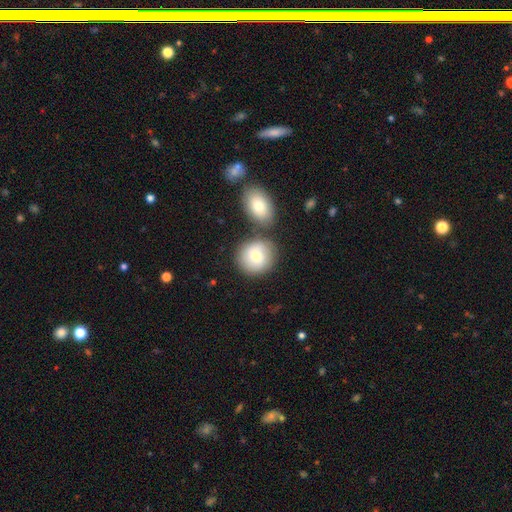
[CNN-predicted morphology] smooth_or_featured: smooth (p=0.73) [alt: featured or disk p=0.20]
how_rounded: round (p=0.83) [alt: in between p=0.16]
merging: none (p=0.64) [alt: merger p=0.20]